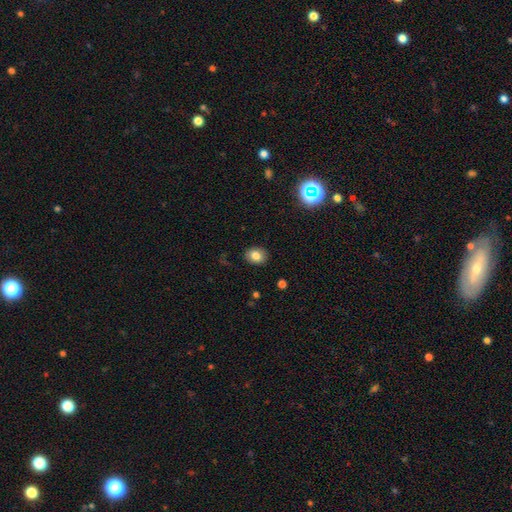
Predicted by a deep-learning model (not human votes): The model was most divided on "how rounded": in between: 57%, round: 42%, cigar-shaped: 1%. More confident: merging — none (88%); smooth or featured — smooth (82%).